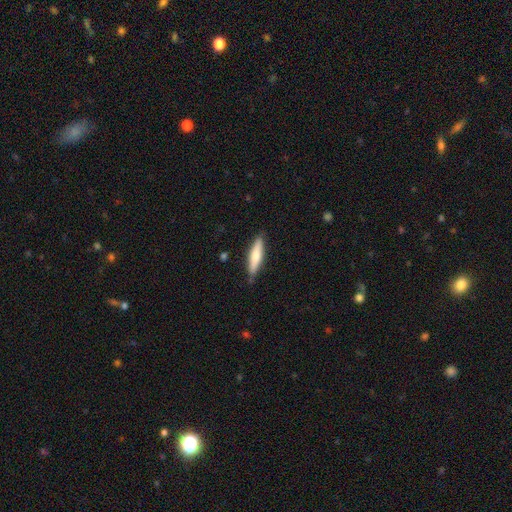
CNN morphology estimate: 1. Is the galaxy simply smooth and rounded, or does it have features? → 61% smooth, 34% featured or disk, 5% star or artifact.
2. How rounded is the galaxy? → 76% cigar-shaped, 22% in between, 2% round.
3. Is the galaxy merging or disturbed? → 85% none, 12% minor disturbance, 2% major disturbance, 2% merger.